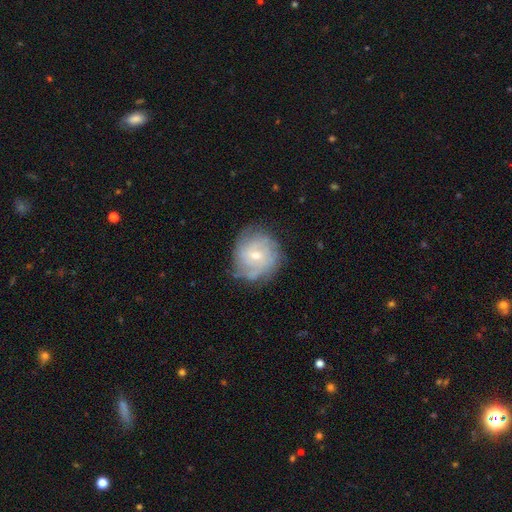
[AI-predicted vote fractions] This is likely a featured or disk galaxy (72%). It is clearly not viewed edge-on (97%). Bar: possibly no (51%). Spiral arm pattern: clearly yes (90%). Spiral arm count: possibly can't tell (47%). Spiral winding: likely tight (63%). Central bulge: possibly small (56%). Merging: likely none (75%).